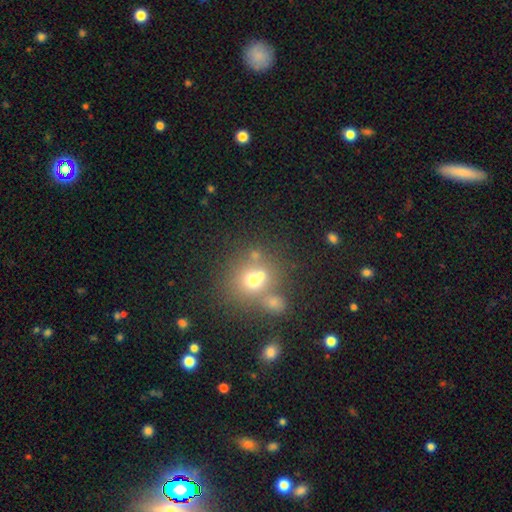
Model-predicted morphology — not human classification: Smooth or featured? Predicted: smooth (p=0.61). How rounded? Predicted: round (p=0.79). Merging? Predicted: none (p=0.50).